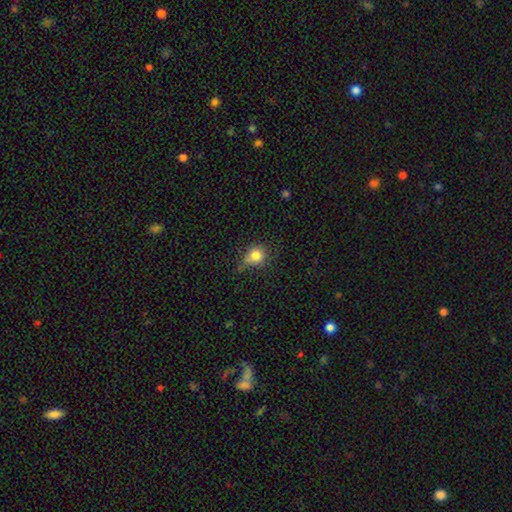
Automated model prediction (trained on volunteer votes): The model was most divided on "merging": none: 58%, minor disturbance: 28%, major disturbance: 9%, merger: 5%. More confident: smooth or featured — smooth (81%); how rounded — round (80%).